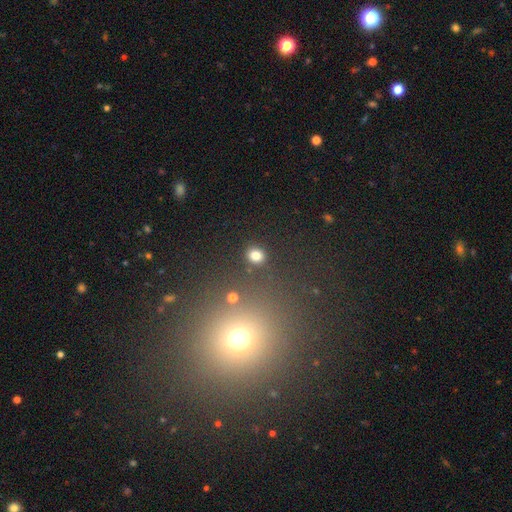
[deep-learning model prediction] This appears to be a smooth galaxy with no disk features (81%) that is round (74%). Merging: none (86%).